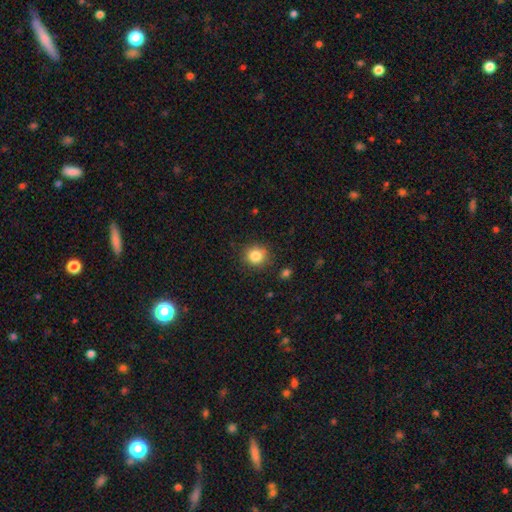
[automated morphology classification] Overall: smooth (84%). How rounded: round (88%). Merging: none (86%).